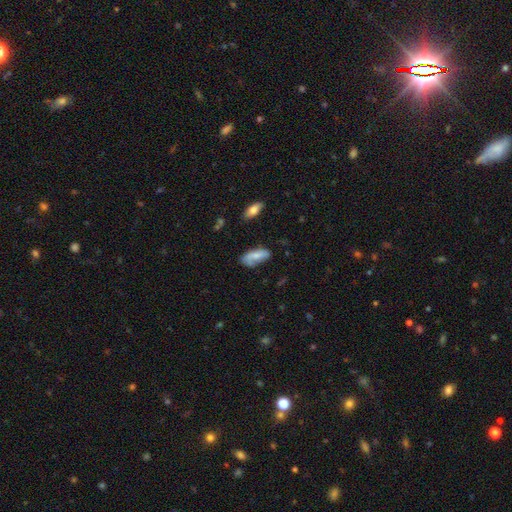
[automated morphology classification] Smooth or featured?
  - smooth: 66% *
  - featured or disk: 27%
  - star or artifact: 7%
How rounded?
  - in between: 84% *
  - cigar-shaped: 13%
  - round: 3%
Merging?
  - none: 52% *
  - minor disturbance: 32%
  - major disturbance: 12%
  - merger: 4%